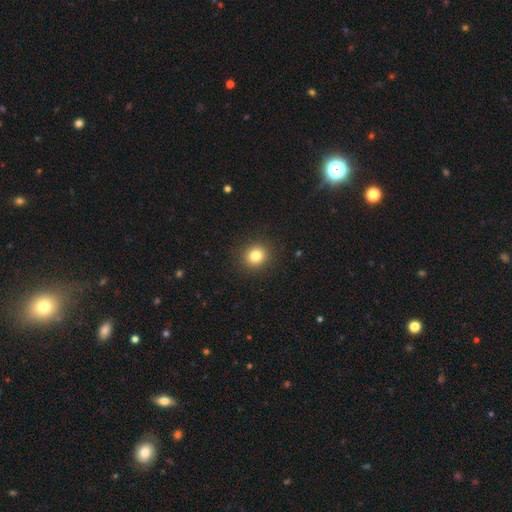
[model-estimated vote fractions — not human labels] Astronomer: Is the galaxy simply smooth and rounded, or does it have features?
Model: smooth — 82%.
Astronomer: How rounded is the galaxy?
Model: round — 82%.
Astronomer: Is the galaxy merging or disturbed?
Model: none — 91%.